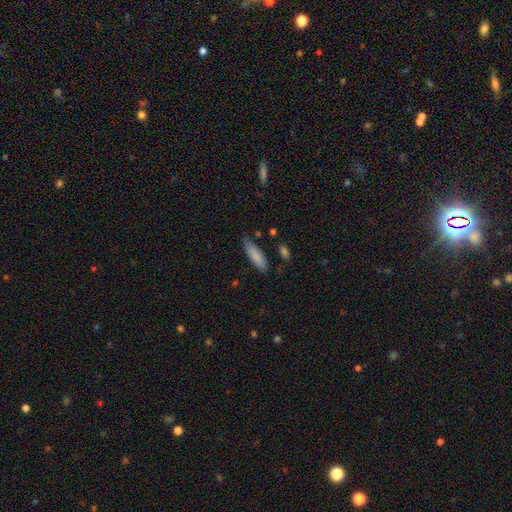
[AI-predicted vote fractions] Morphology: type=smooth (83%); roundness=cigar-shaped (56%); merging=none (74%).